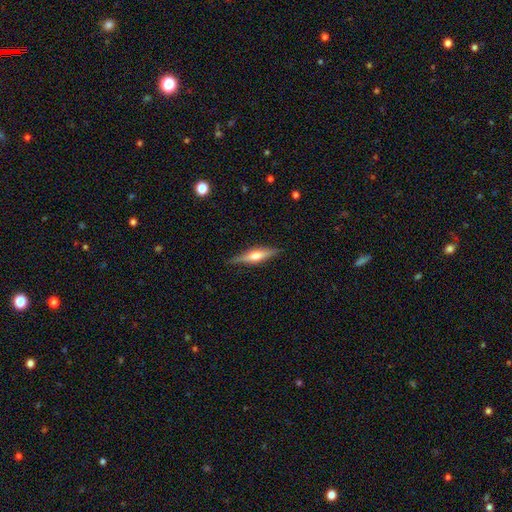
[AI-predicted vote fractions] smooth_or_featured: featured or disk (p=0.59) [alt: smooth p=0.34]
disk_edge_on: yes (p=0.95) [alt: no p=0.05]
edge_on_bulge: rounded (p=0.87) [alt: boxy p=0.08]
merging: none (p=0.86) [alt: minor disturbance p=0.11]